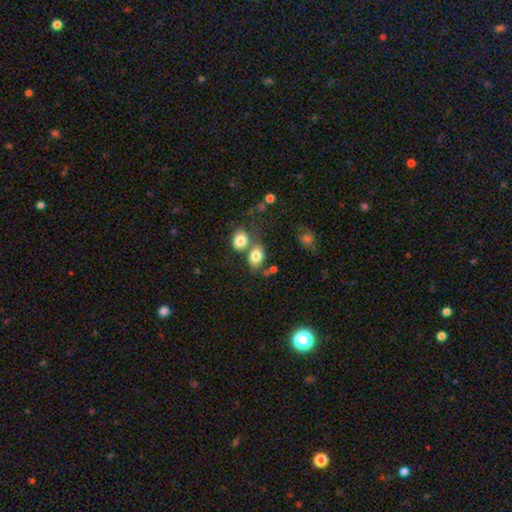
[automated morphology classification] Smooth or featured: smooth — 81% (featured or disk — 10%)
How rounded: in between — 70% (round — 28%)
Merging: none — 42% (tied with merger — 42%)